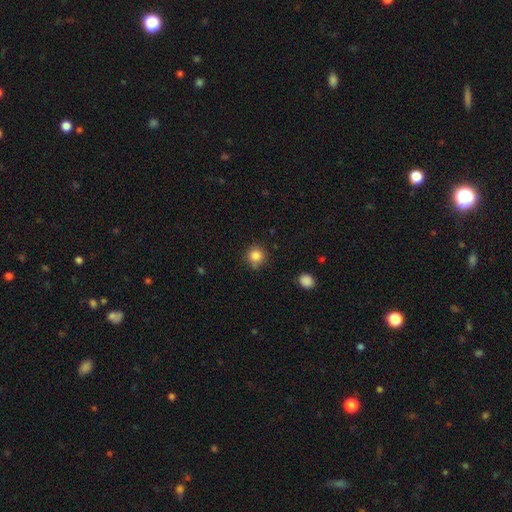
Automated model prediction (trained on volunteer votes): Smooth or featured? Predicted: smooth (p=0.84). How rounded? Predicted: round (p=0.91). Merging? Predicted: none (p=0.80).